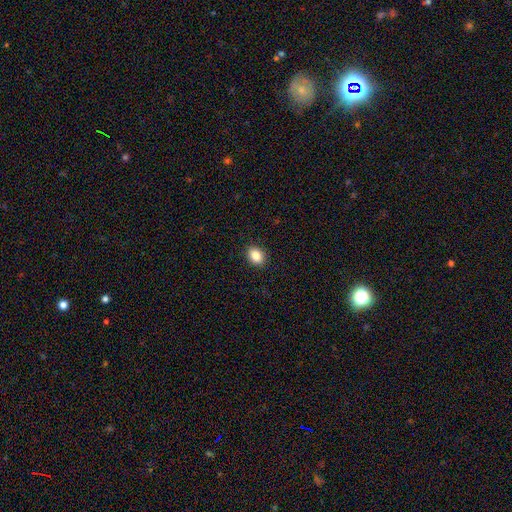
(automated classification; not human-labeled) Smooth or featured? Predicted: smooth (p=0.86). How rounded? Predicted: in between (p=0.66). Merging? Predicted: none (p=0.90).